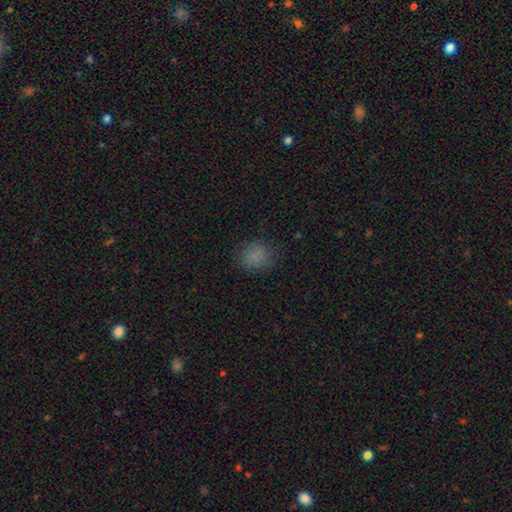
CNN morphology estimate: Smooth or featured? Predicted: smooth (p=0.82). How rounded? Predicted: round (p=0.76). Merging? Predicted: none (p=0.82).